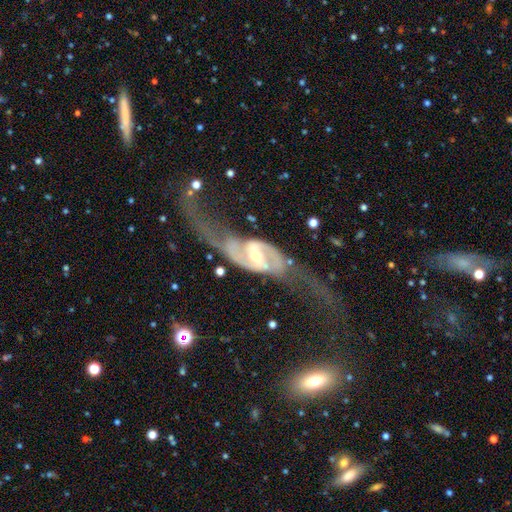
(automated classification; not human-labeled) This appears to be a featured or disk galaxy (91%) with a strong bar (51%), 2 (93%) loose (63%) spiral arms (95%) and a moderate central bulge (51%). Merging: none (41%).